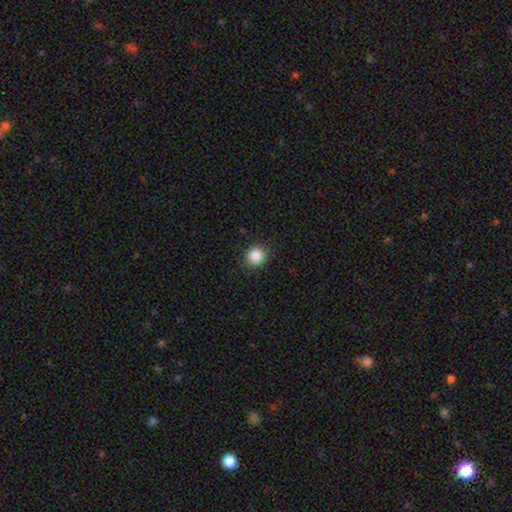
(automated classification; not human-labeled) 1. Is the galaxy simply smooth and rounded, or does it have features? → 86% smooth, 10% star or artifact, 4% featured or disk.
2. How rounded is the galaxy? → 89% round, 10% in between, 1% cigar-shaped.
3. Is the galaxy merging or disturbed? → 91% none, 6% minor disturbance, 2% major disturbance, 1% merger.